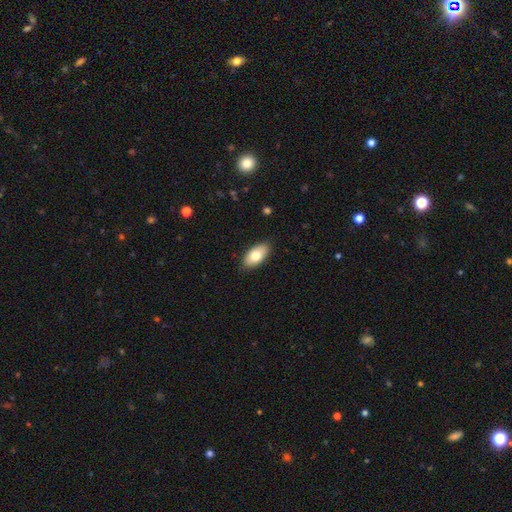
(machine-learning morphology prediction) type=smooth (76%); roundness=in between (93%); merging=none (87%).